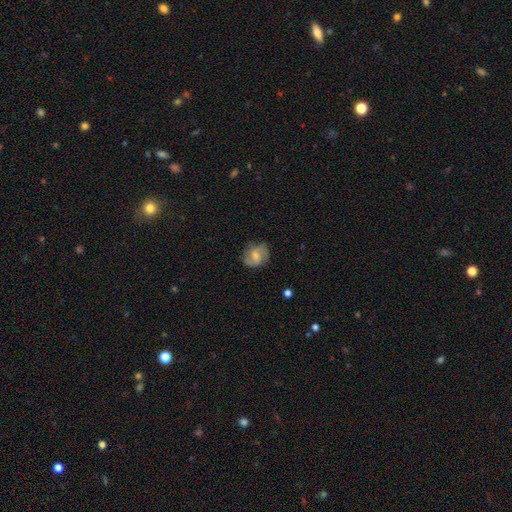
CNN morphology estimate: This appears to be a featured or disk galaxy (66%) with a weak bar (48%), 2 (82%) medium (49%) spiral arms (91%) and a moderate central bulge (49%). Merging: none (76%).